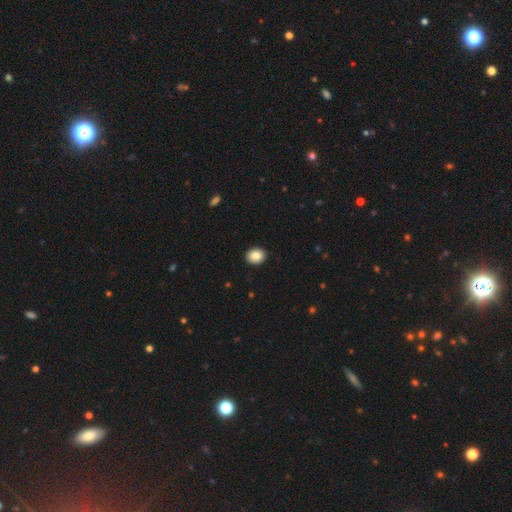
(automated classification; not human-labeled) Smooth or featured? smooth (85%)
How rounded? round (59%)
Merging? none (92%)